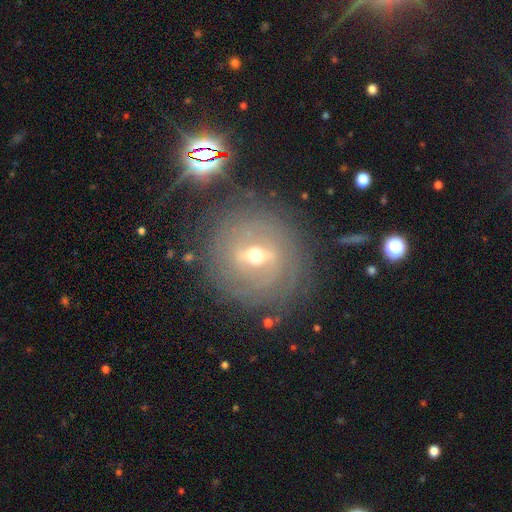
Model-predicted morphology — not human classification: Smooth or featured? featured or disk (78%)
Edge-on disk? no (92%)
Bar? weak (47%)
Spiral arms? yes (79%)
Spiral winding? tight (68%)
Spiral arm count? can't tell (43%)
Bulge size? moderate (57%)
Merging? none (80%)